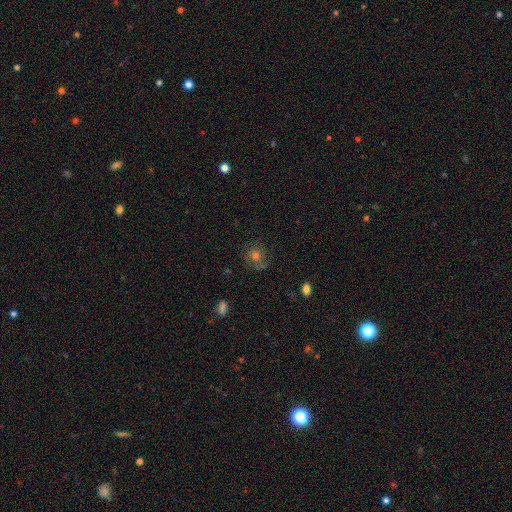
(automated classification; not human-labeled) Smooth or featured? featured or disk (50%)
Merging? none (74%)